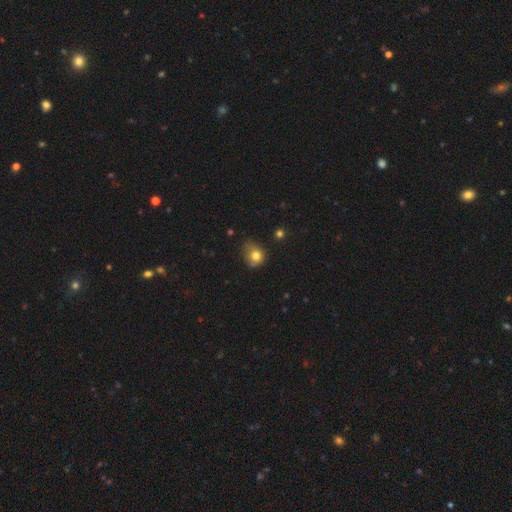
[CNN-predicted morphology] This appears to be a smooth galaxy with no disk features (78%) that is round (63%). Merging: none (44%).